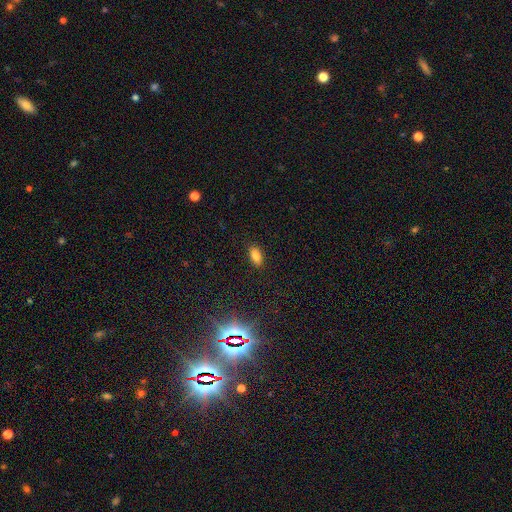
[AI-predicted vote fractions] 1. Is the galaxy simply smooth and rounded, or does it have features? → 79% smooth, 12% star or artifact, 9% featured or disk.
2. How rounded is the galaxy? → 88% in between, 7% cigar-shaped, 5% round.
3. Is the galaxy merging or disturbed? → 88% none, 9% minor disturbance, 2% major disturbance, 1% merger.